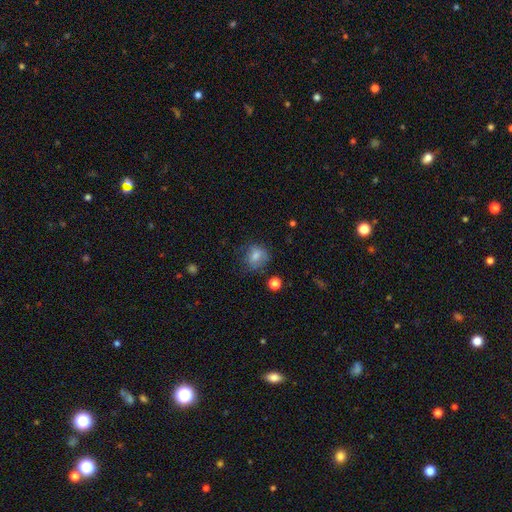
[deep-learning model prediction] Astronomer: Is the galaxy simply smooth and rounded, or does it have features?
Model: smooth — 73%.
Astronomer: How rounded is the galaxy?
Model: round — 67%.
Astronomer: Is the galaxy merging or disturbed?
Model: none — 67%.